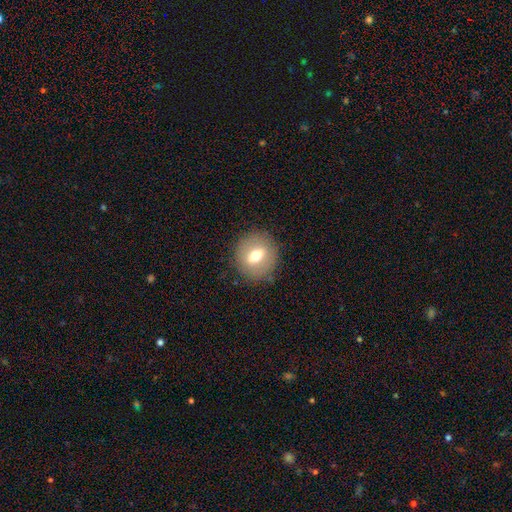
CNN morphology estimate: smooth-or-featured: smooth: 59% | featured or disk: 32% | star or artifact: 9%
  how-rounded: round: 76% | in between: 22% | cigar-shaped: 1%
  merging: none: 85% | minor disturbance: 10% | major disturbance: 4% | merger: 1%